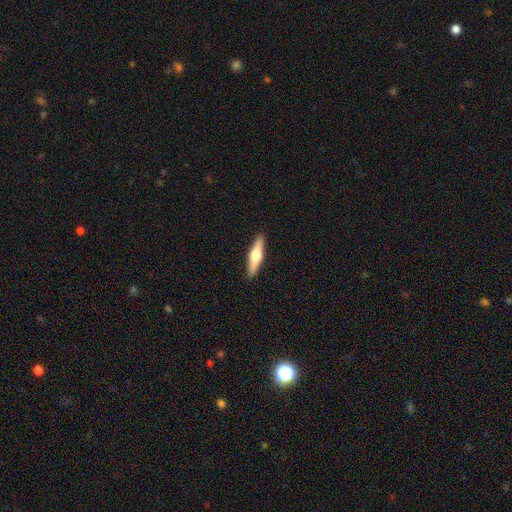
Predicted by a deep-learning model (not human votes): Smooth or featured: featured or disk — 56% (smooth — 39%)
Edge-on disk: yes — 95% (no — 5%)
Edge-on bulge: rounded — 94% (boxy — 3%)
Merging: none — 91% (minor disturbance — 6%)